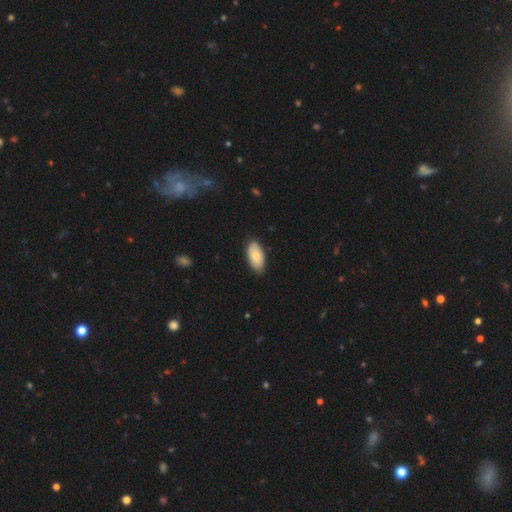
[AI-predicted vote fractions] A smooth galaxy with no disk features (81%) that is in between round and cigar-shaped (95%).

Vote fractions:
- Smooth or featured? smooth: 81% / featured or disk: 13% / star or artifact: 6%
- How rounded? in between: 95% / cigar-shaped: 3% / round: 2%
- Merging? none: 84% / minor disturbance: 13% / major disturbance: 2% / merger: 1%